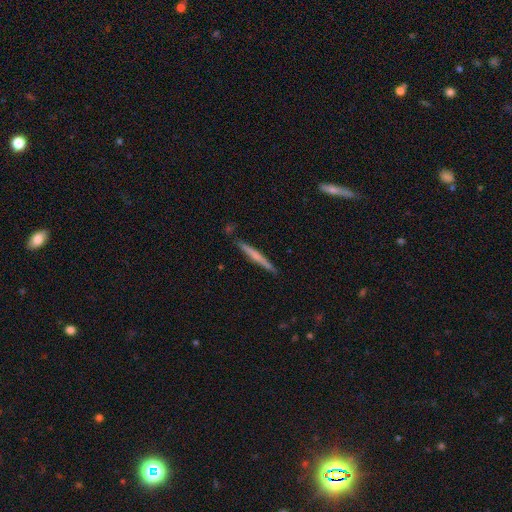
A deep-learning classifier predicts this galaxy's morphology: smooth-or-featured: smooth: 48% | featured or disk: 47% | star or artifact: 6%
  merging: none: 88% | minor disturbance: 9% | merger: 2% | major disturbance: 2%